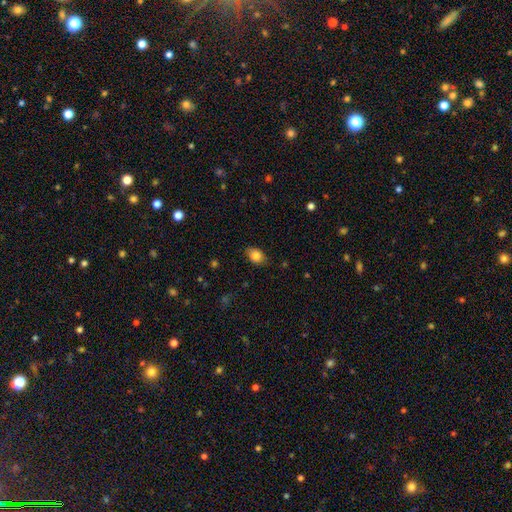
Smooth or featured? smooth (95%)
How rounded? in between (51%)
Merging? none (73%)